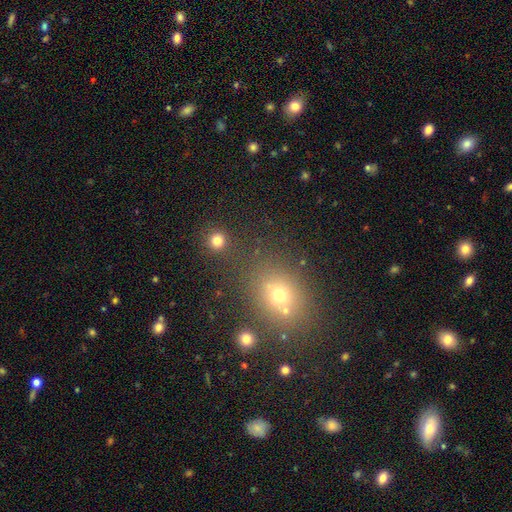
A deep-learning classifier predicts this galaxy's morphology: Smooth or featured? Predicted: smooth (p=0.59). How rounded? Predicted: in between (p=0.54). Merging? Predicted: none (p=0.81).